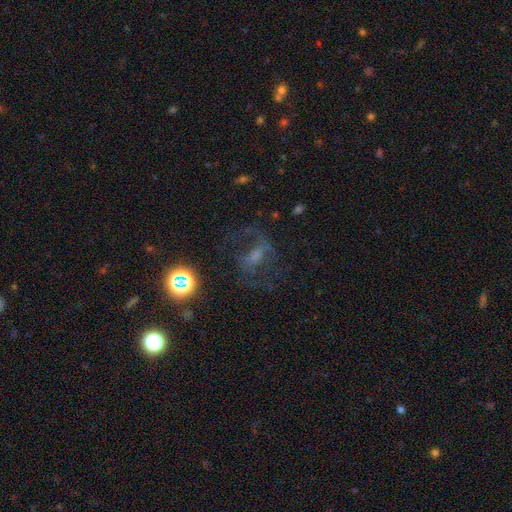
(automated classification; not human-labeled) Smooth or featured: featured or disk — 50% (star or artifact — 25%)
Edge-on disk: no — 95% (yes — 5%)
Merging: none — 58% (major disturbance — 24%)